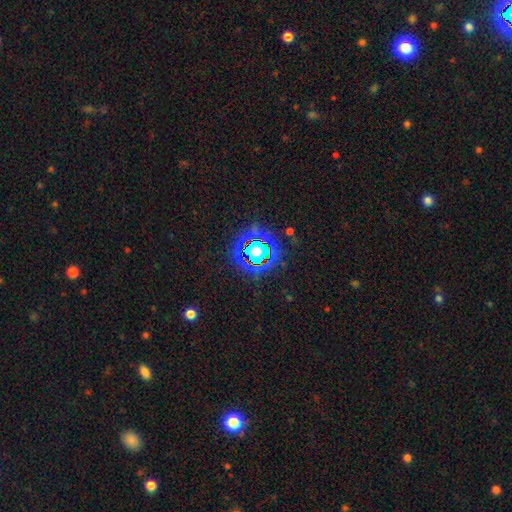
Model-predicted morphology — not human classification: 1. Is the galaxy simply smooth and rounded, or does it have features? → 80% star or artifact, 12% smooth, 8% featured or disk.